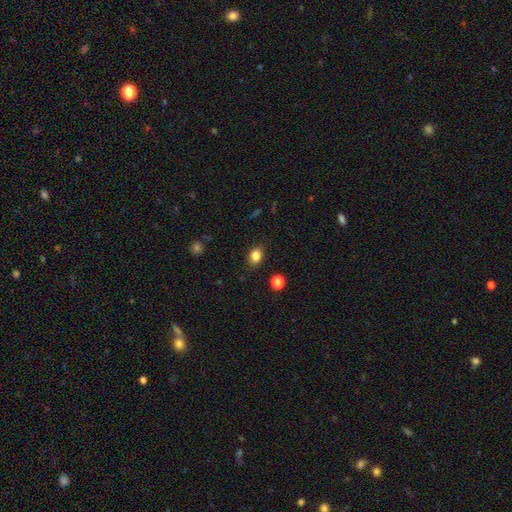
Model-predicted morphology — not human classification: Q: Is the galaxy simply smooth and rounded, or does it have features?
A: smooth — 84%.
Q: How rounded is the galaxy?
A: in between — 60%.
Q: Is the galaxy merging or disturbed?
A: none — 85%.